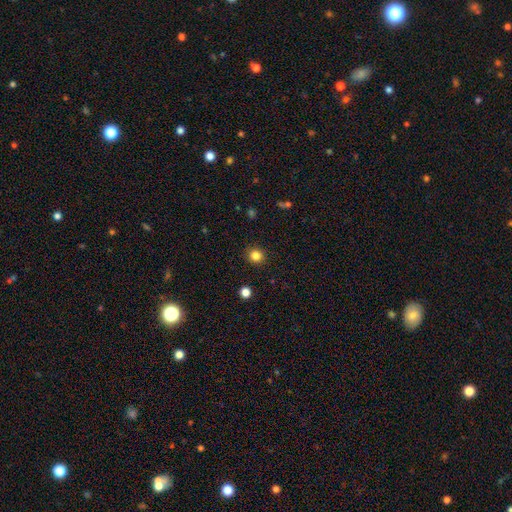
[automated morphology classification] The model was most divided on "smooth or featured": smooth: 83%, star or artifact: 12%, featured or disk: 4%. More confident: merging — none (91%); how rounded — round (90%).